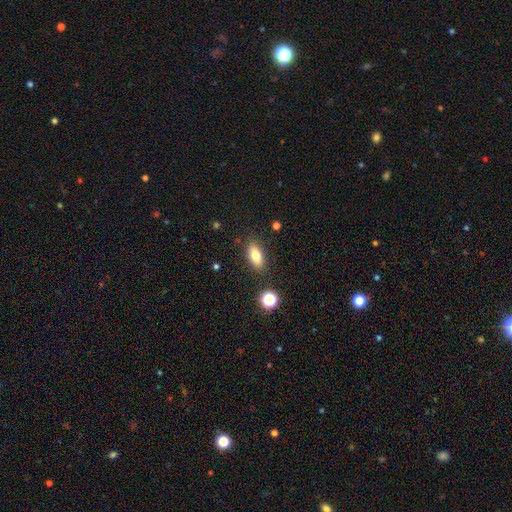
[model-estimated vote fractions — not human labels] This is likely a smooth galaxy (76%). How rounded: likely in between (79%). Merging: clearly none (85%).